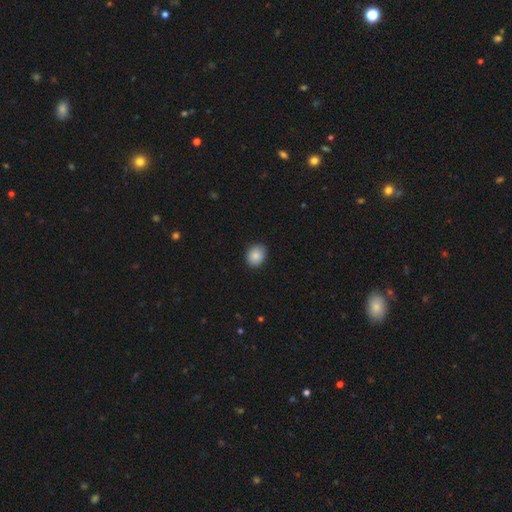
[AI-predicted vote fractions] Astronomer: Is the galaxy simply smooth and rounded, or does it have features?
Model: smooth — 86%.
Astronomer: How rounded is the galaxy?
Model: round — 53% (runner-up: in between, 46%).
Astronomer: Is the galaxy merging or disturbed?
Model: none — 87%.